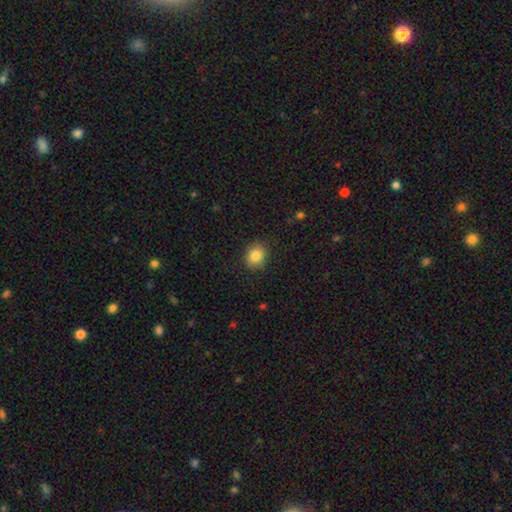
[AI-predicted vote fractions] Smooth or featured?
  - smooth: 85% *
  - star or artifact: 9%
  - featured or disk: 6%
How rounded?
  - round: 60% *
  - in between: 39%
  - cigar-shaped: 1%
Merging?
  - none: 88% *
  - minor disturbance: 9%
  - major disturbance: 2%
  - merger: 1%